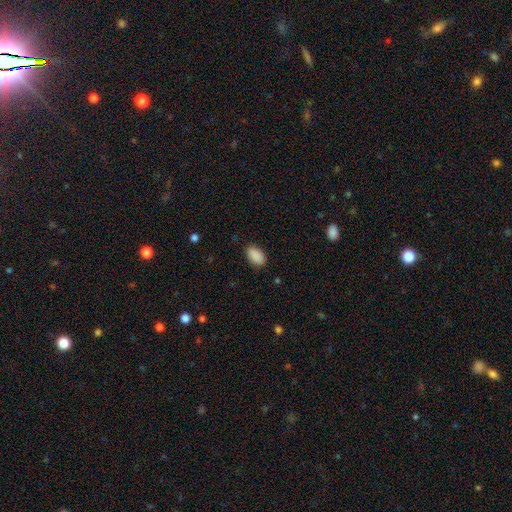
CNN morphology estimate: smooth_or_featured: smooth (p=0.90) [alt: star or artifact p=0.07]
how_rounded: in between (p=0.93) [alt: round p=0.05]
merging: none (p=0.86) [alt: minor disturbance p=0.10]